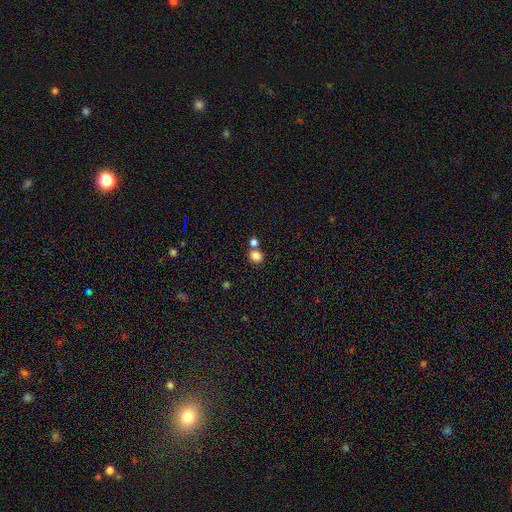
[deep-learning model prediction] Smooth or featured? smooth (83%)
How rounded? round (76%)
Merging? none (64%)